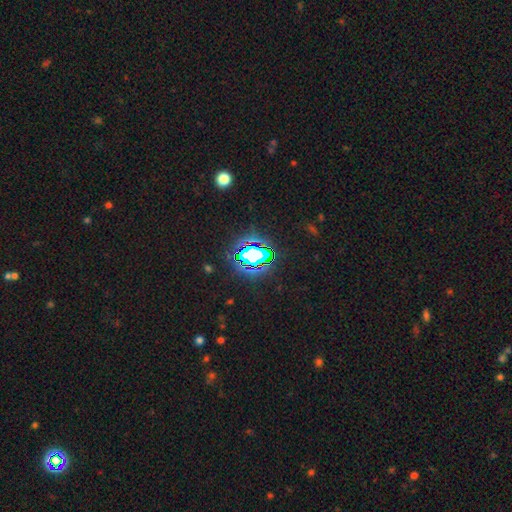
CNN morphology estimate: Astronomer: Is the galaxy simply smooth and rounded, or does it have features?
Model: star or artifact — 81%.